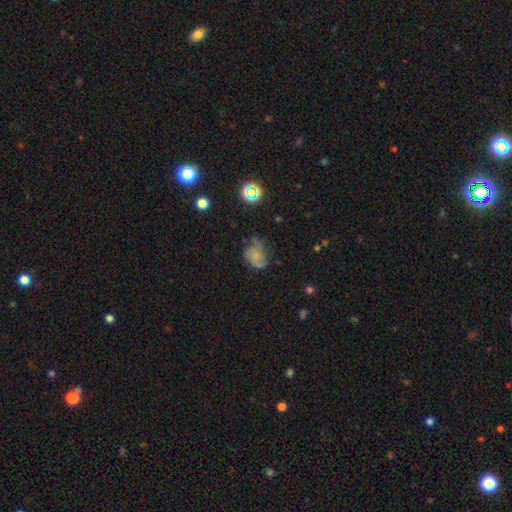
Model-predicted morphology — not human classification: This appears to be a featured or disk galaxy (49%). Merging: none (46%).